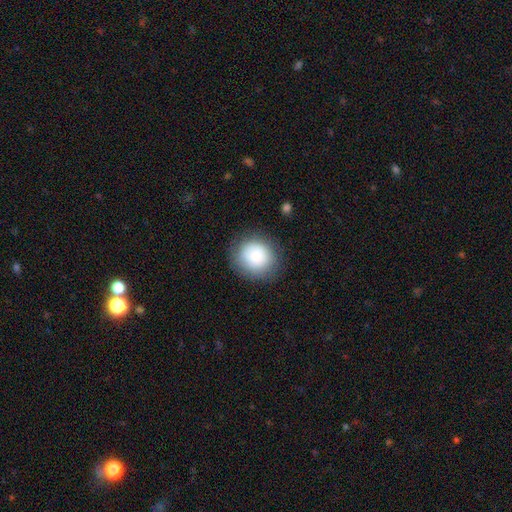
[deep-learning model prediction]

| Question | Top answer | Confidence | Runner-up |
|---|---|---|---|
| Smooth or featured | smooth | 84% | star or artifact (8%) |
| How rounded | round | 86% | in between (14%) |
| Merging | none | 83% | minor disturbance (12%) |